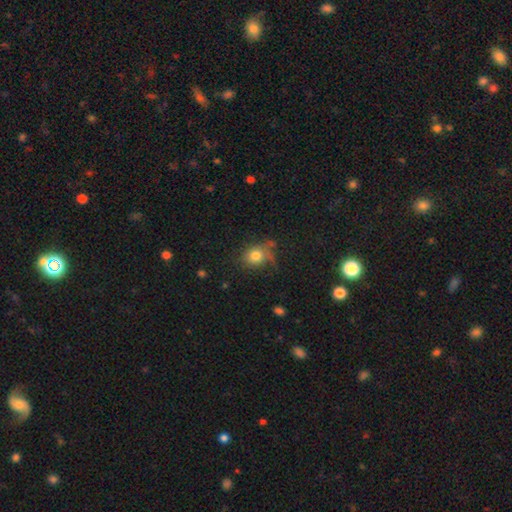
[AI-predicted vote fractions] This appears to be a smooth galaxy with no disk features (75%) that is round (68%). Merging: none (57%).